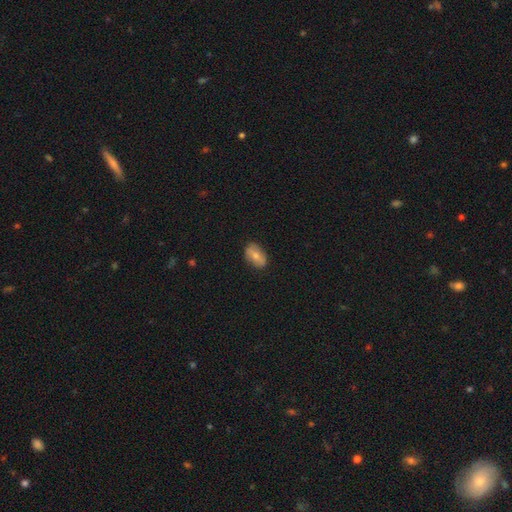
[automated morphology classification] This appears to be a smooth galaxy with no disk features (62%) that is in between round and cigar-shaped (88%). Merging: none (81%).